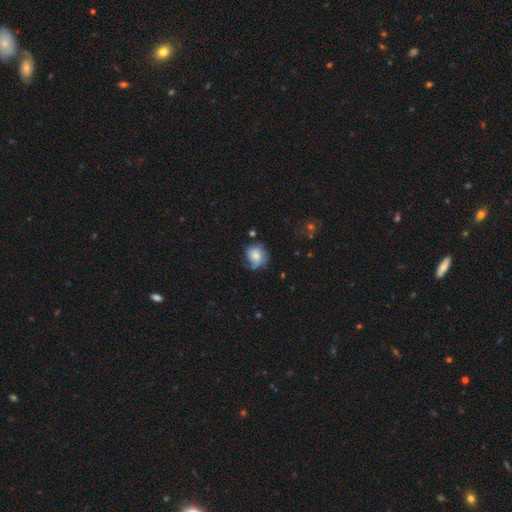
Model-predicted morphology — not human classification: Smooth or featured? smooth (57%)
How rounded? round (73%)
Merging? none (55%)